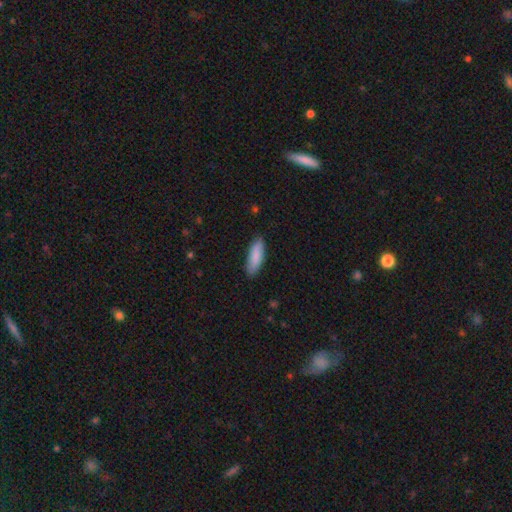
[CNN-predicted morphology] A smooth galaxy with no disk features (88%) that is in between round and cigar-shaped (56%).

Vote fractions:
- Smooth or featured? smooth: 88% / featured or disk: 7% / star or artifact: 5%
- How rounded? in between: 56% / cigar-shaped: 43% / round: 1%
- Merging? none: 87% / minor disturbance: 10% / major disturbance: 2% / merger: 1%